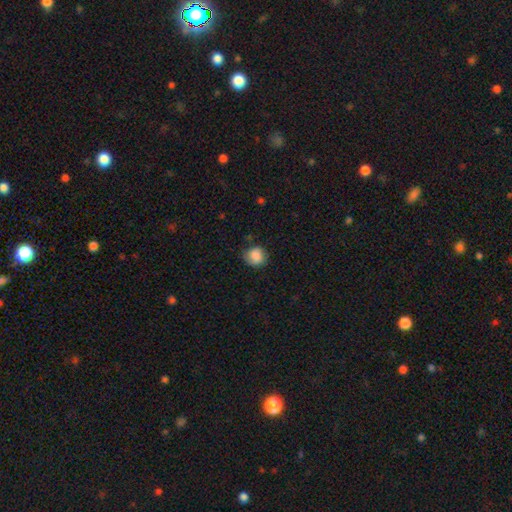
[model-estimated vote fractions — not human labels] Smooth or featured? smooth (84%)
How rounded? round (82%)
Merging? none (70%)